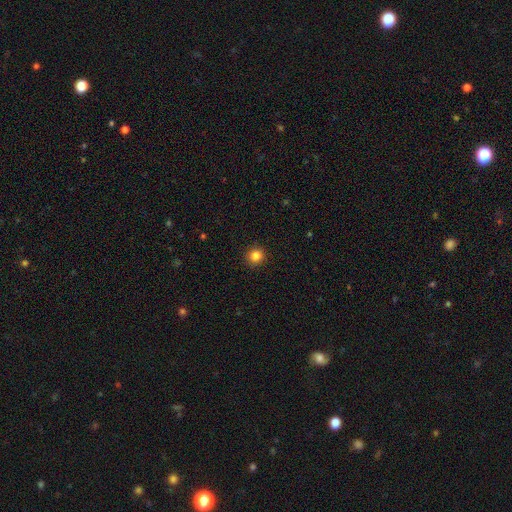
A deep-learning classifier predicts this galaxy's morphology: Q: Smooth or featured?
A: smooth (84%); runner-up: star or artifact (12%)
Q: How rounded?
A: round (92%); runner-up: in between (7%)
Q: Merging?
A: none (92%); runner-up: minor disturbance (5%)